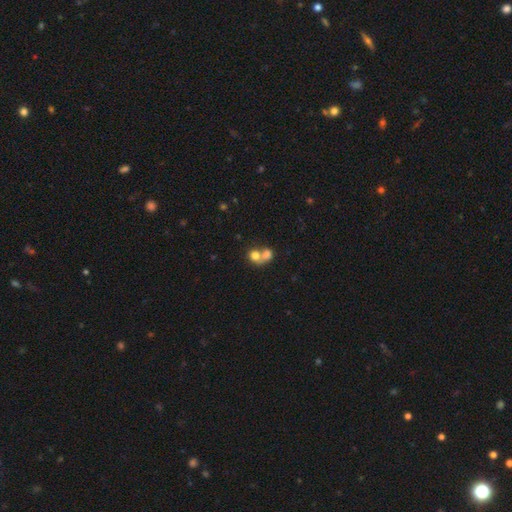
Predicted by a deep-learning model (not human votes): smooth-or-featured: smooth: 73% | featured or disk: 16% | star or artifact: 10%
  how-rounded: round: 67% | in between: 32% | cigar-shaped: 1%
  merging: merger: 68% | none: 23% | minor disturbance: 5% | major disturbance: 4%